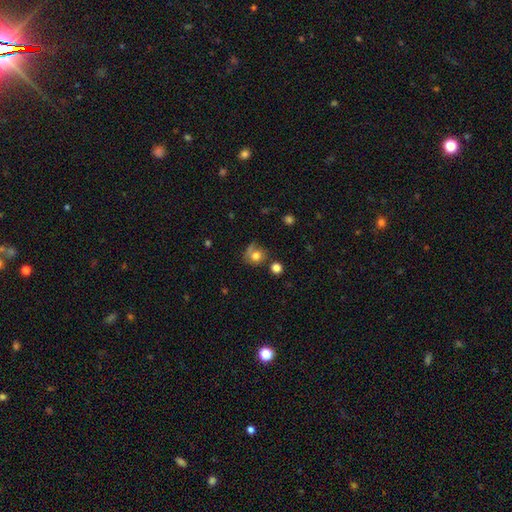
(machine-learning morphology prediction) Q: Smooth or featured?
A: smooth (74%); runner-up: featured or disk (14%)
Q: How rounded?
A: round (75%); runner-up: in between (23%)
Q: Merging?
A: none (50%); runner-up: minor disturbance (23%)